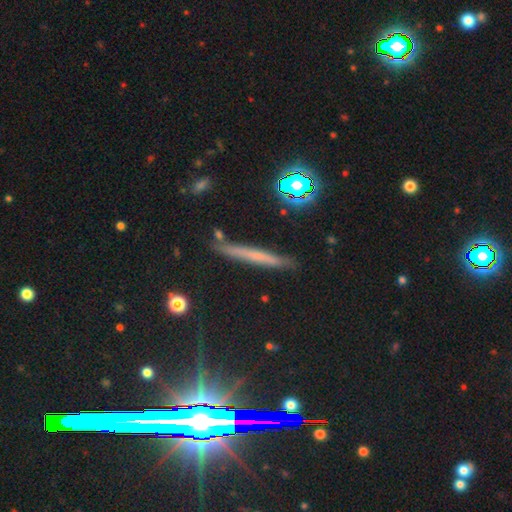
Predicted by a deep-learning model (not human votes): Smooth or featured? smooth (45%)
Merging? none (86%)